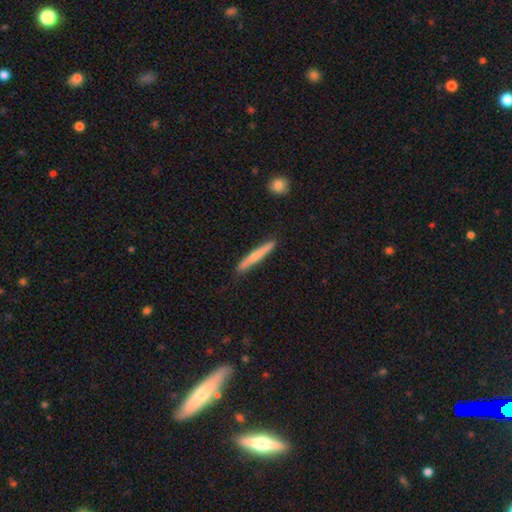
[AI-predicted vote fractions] Overall: smooth (60%; featured or disk 35%). How rounded: cigar-shaped (96%). Merging: none (89%).